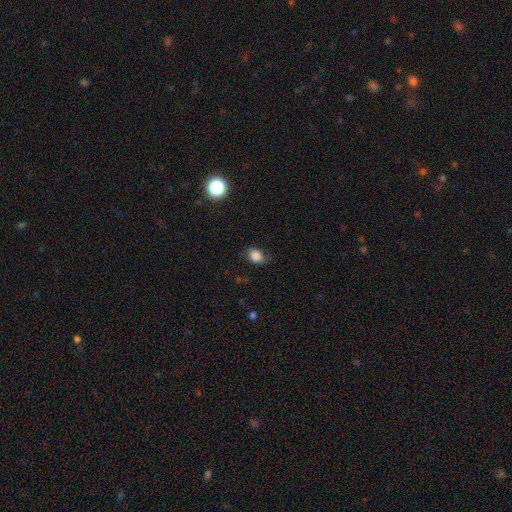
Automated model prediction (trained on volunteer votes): The model was most divided on "how rounded": in between: 73%, round: 26%, cigar-shaped: 1%. More confident: smooth or featured — smooth (82%); merging — none (71%).